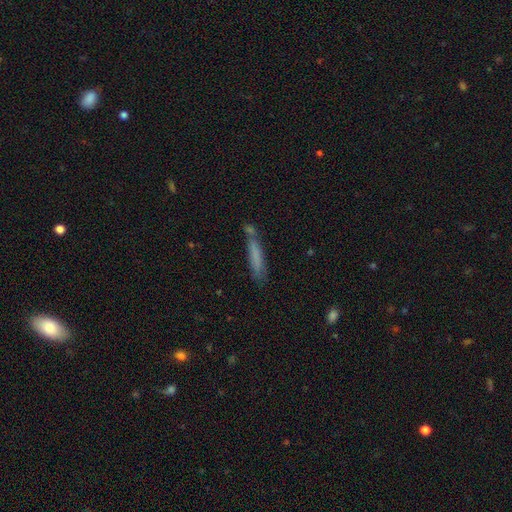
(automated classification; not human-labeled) Q: Smooth or featured?
A: smooth (69%); runner-up: featured or disk (22%)
Q: How rounded?
A: cigar-shaped (90%); runner-up: in between (9%)
Q: Merging?
A: none (62%); runner-up: minor disturbance (19%)